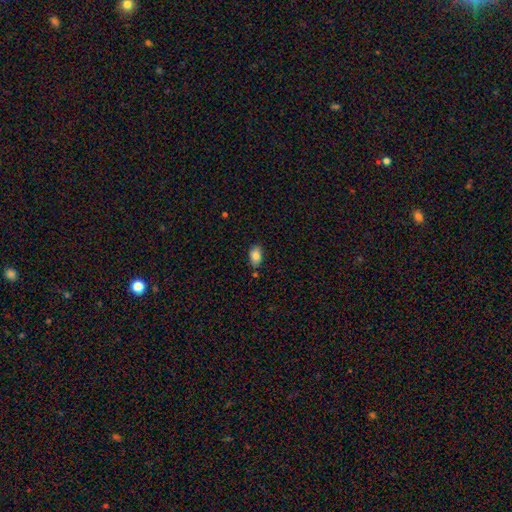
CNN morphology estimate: smooth_or_featured: smooth (p=0.85) [alt: star or artifact p=0.08]
how_rounded: in between (p=0.89) [alt: round p=0.09]
merging: none (p=0.77) [alt: minor disturbance p=0.15]